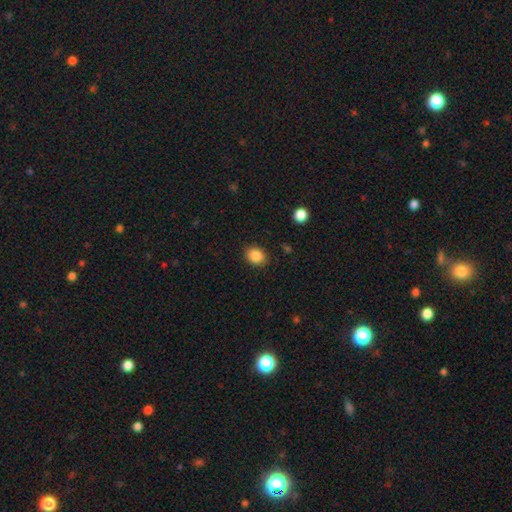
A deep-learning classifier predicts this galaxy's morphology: type=smooth (87%); roundness=in between (53%); merging=none (88%).